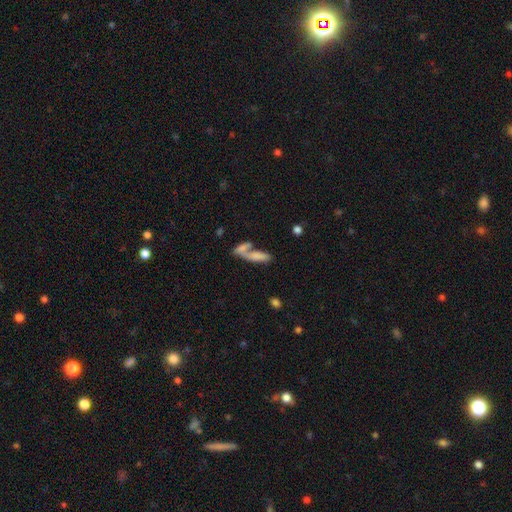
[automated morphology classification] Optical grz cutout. It shows a smooth galaxy with no disk features (67%) that is cigar-shaped (50%). Merging: merger (59%).